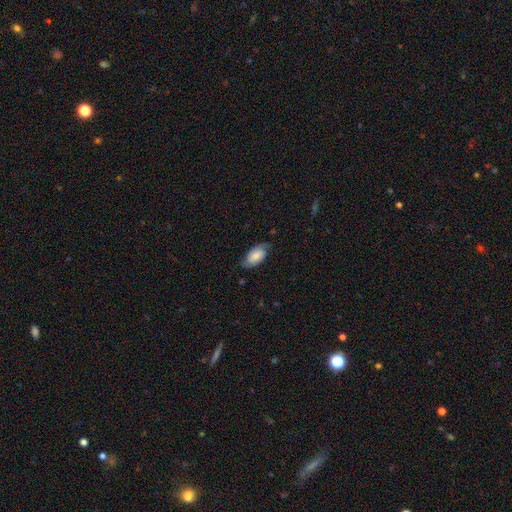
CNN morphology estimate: A smooth galaxy with no disk features (63%) that is in between round and cigar-shaped (93%).

Vote fractions:
- Smooth or featured? smooth: 63% / featured or disk: 30% / star or artifact: 7%
- How rounded? in between: 93% / round: 3% / cigar-shaped: 3%
- Merging? none: 70% / minor disturbance: 23% / major disturbance: 6% / merger: 1%